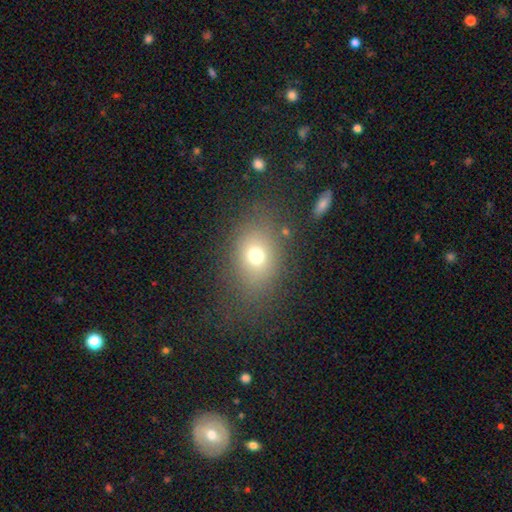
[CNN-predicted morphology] Q: Smooth or featured?
A: smooth (69%); runner-up: star or artifact (16%)
Q: How rounded?
A: in between (58%); runner-up: round (40%)
Q: Merging?
A: none (75%); runner-up: minor disturbance (14%)